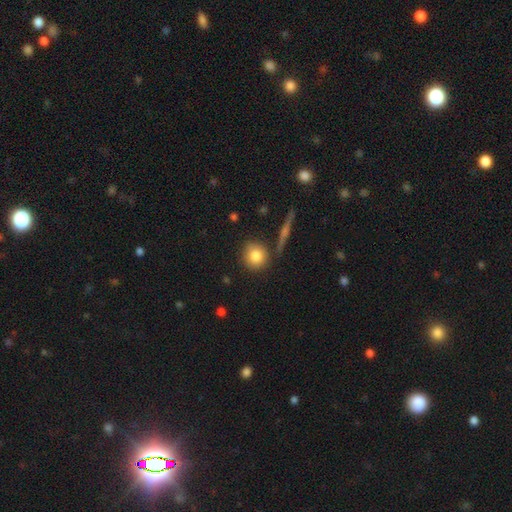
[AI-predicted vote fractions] The model was most divided on "merging": none: 79%, minor disturbance: 11%, merger: 7%, major disturbance: 3%. More confident: how rounded — round (88%); smooth or featured — smooth (82%).